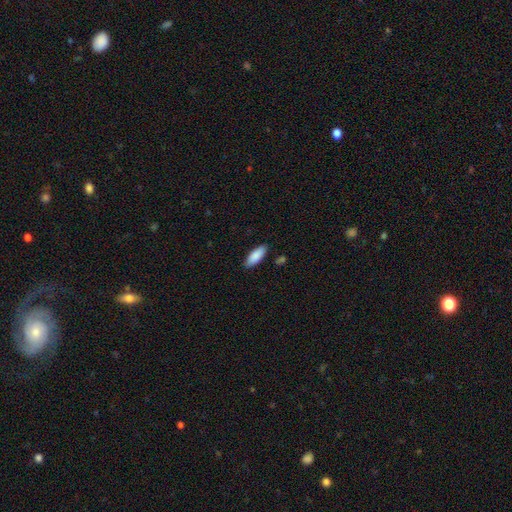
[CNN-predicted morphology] This appears to be a smooth galaxy with no disk features (88%) that is in between round and cigar-shaped (74%). Merging: none (87%).